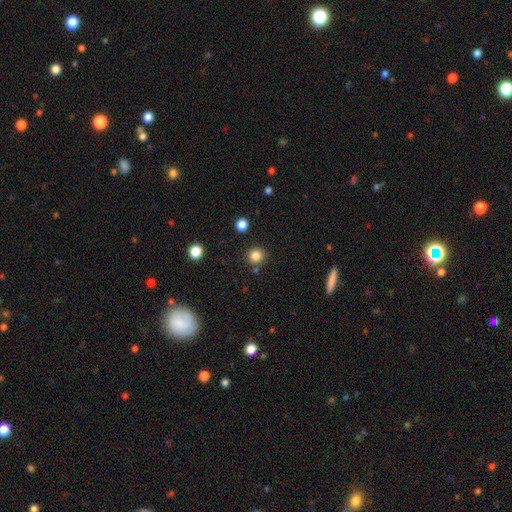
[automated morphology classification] smooth_or_featured: smooth (p=0.84) [alt: star or artifact p=0.12]
how_rounded: round (p=0.91) [alt: in between p=0.08]
merging: none (p=0.85) [alt: minor disturbance p=0.07]